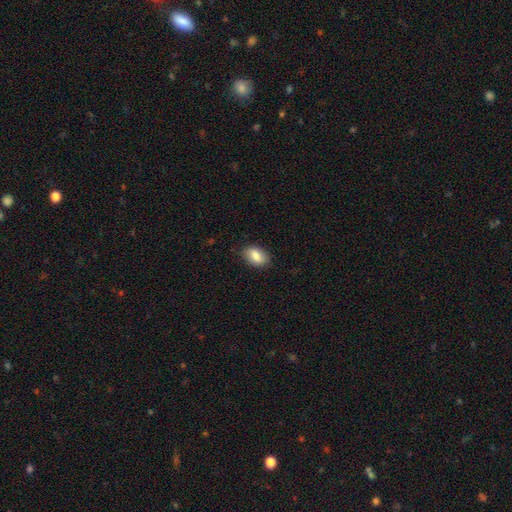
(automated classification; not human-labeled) smooth_or_featured: smooth (p=0.83) [alt: featured or disk p=0.10]
how_rounded: in between (p=0.87) [alt: round p=0.11]
merging: none (p=0.83) [alt: minor disturbance p=0.14]